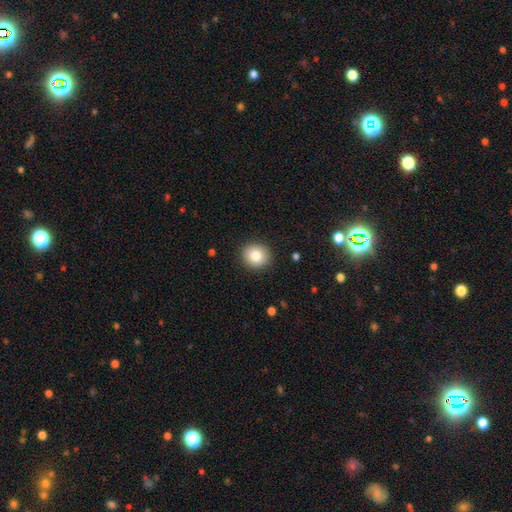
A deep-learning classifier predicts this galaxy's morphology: Q: Smooth or featured?
A: smooth (83%); runner-up: star or artifact (9%)
Q: How rounded?
A: round (85%); runner-up: in between (14%)
Q: Merging?
A: none (91%); runner-up: minor disturbance (6%)